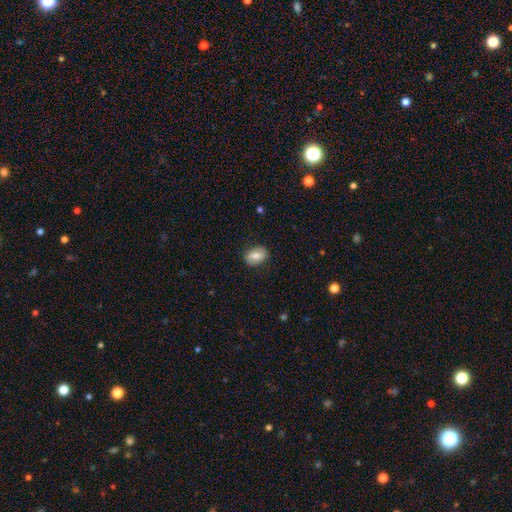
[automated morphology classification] Q: Smooth or featured?
A: smooth (73%); runner-up: featured or disk (20%)
Q: How rounded?
A: in between (82%); runner-up: round (16%)
Q: Merging?
A: none (85%); runner-up: minor disturbance (11%)